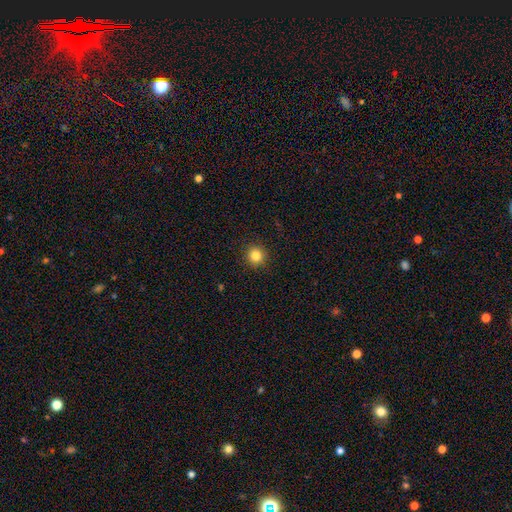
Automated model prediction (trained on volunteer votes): A smooth galaxy with no disk features (84%) that is round (92%). Merging: none (92%).